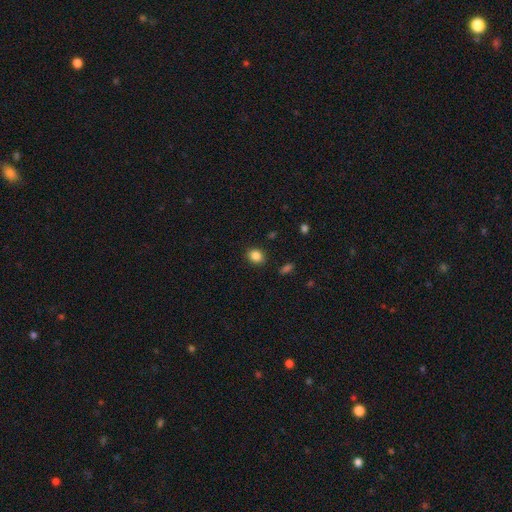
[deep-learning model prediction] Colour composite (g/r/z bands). It shows a smooth galaxy with no disk features (85%) that is round (54%). Merging: none (88%).